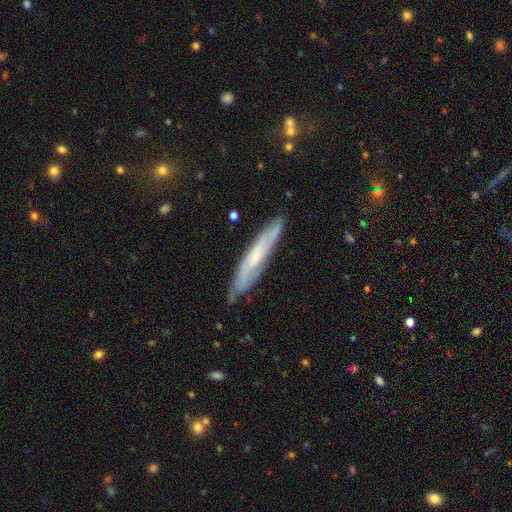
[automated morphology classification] smooth-or-featured: featured or disk: 57% | smooth: 36% | star or artifact: 7%
  disk-edge-on: yes: 65% | no: 35%
  merging: none: 80% | minor disturbance: 16% | major disturbance: 3% | merger: 2%